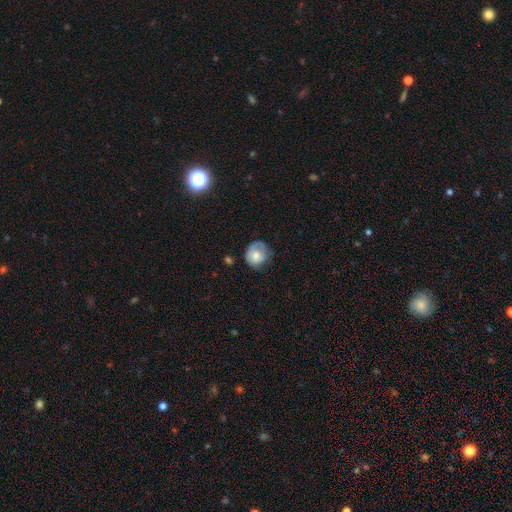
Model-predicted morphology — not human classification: Smooth or featured?
  - smooth: 63% *
  - featured or disk: 30%
  - star or artifact: 7%
How rounded?
  - round: 79% *
  - in between: 20%
  - cigar-shaped: 1%
Merging?
  - none: 51% *
  - minor disturbance: 31%
  - major disturbance: 15%
  - merger: 2%